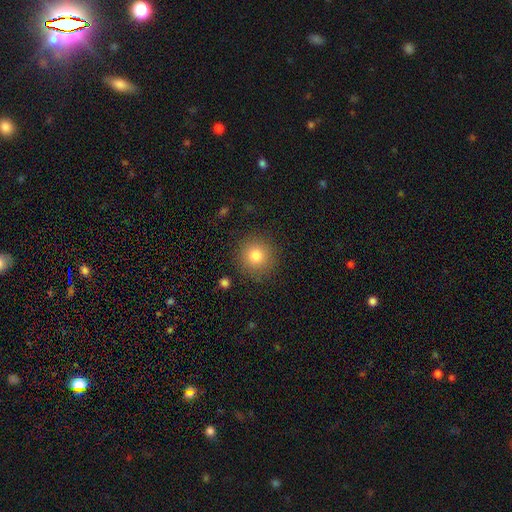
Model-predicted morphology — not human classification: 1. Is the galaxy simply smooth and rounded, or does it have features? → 81% smooth, 12% star or artifact, 8% featured or disk.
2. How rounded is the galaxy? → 94% round, 5% in between, 1% cigar-shaped.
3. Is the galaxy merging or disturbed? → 88% none, 7% minor disturbance, 3% major disturbance, 2% merger.